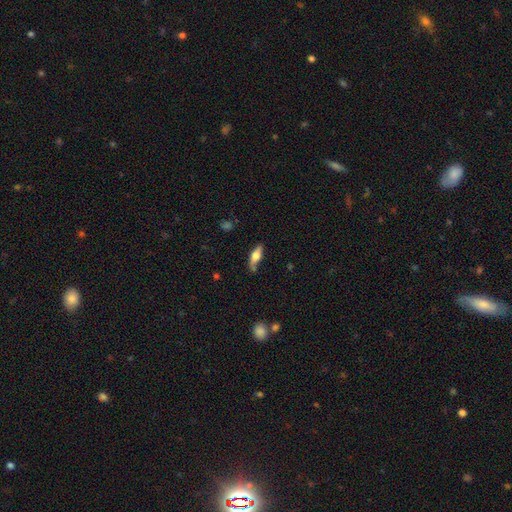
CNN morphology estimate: type=smooth (56%); roundness=in between (52%); merging=none (67%).